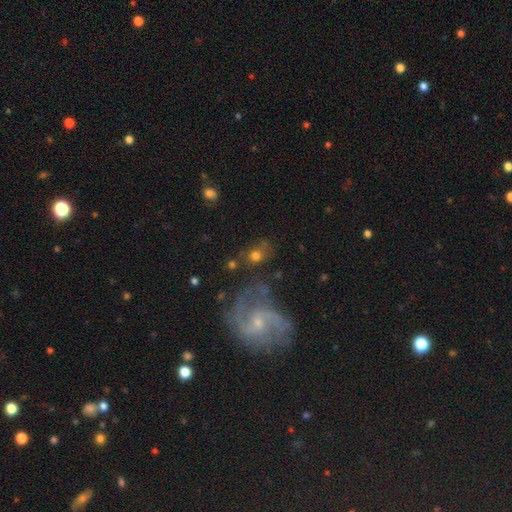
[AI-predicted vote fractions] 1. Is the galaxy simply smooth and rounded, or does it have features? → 56% smooth, 29% featured or disk, 15% star or artifact.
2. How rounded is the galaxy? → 67% round, 31% in between, 2% cigar-shaped.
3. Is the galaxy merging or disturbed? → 57% none, 18% minor disturbance, 13% merger, 13% major disturbance.